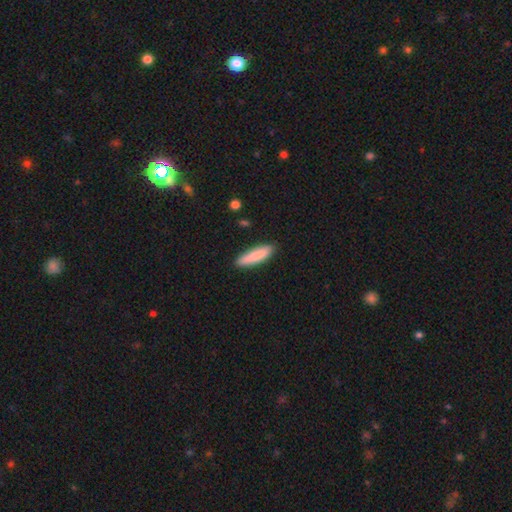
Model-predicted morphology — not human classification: Smooth or featured: smooth — 86% (featured or disk — 8%)
How rounded: cigar-shaped — 72% (in between — 27%)
Merging: none — 88% (minor disturbance — 9%)